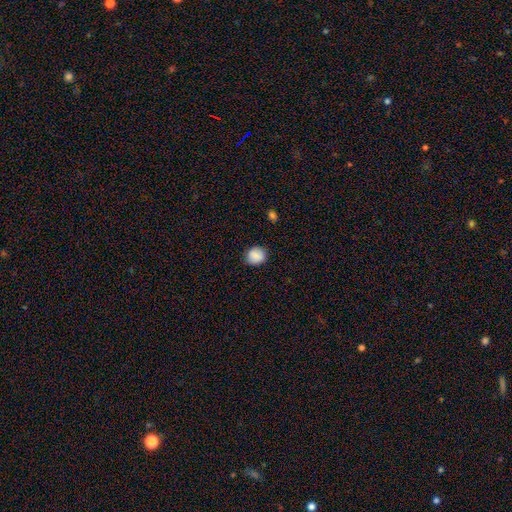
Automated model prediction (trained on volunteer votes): Overall: smooth (86%). How rounded: round (77%). Merging: none (86%).